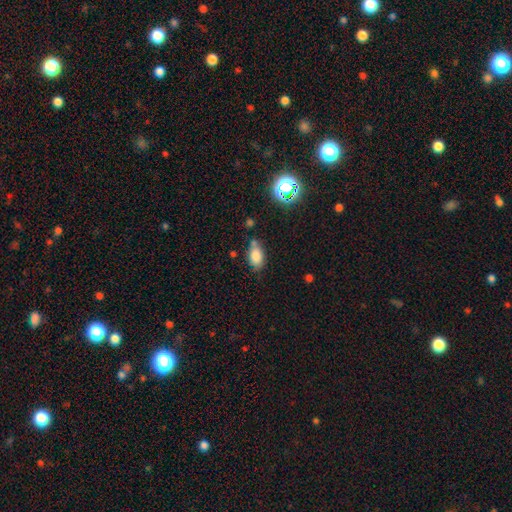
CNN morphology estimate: A smooth galaxy with no disk features (81%) that is in between round and cigar-shaped (88%).

Vote fractions:
- Smooth or featured? smooth: 81% / star or artifact: 11% / featured or disk: 8%
- How rounded? in between: 88% / round: 9% / cigar-shaped: 3%
- Merging? none: 63% / minor disturbance: 22% / merger: 10% / major disturbance: 5%